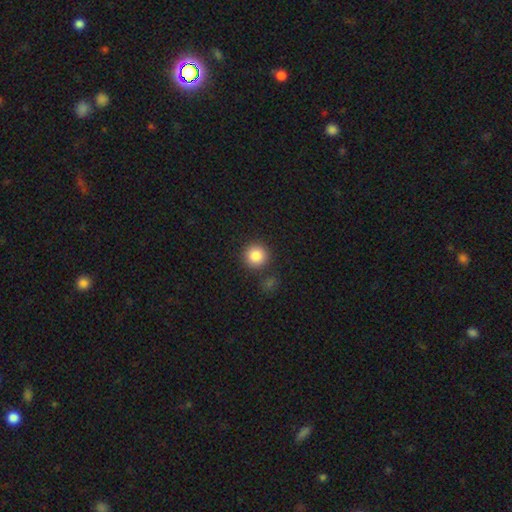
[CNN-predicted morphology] Smooth or featured? Predicted: smooth (p=0.86). How rounded? Predicted: round (p=0.95). Merging? Predicted: none (p=0.85).